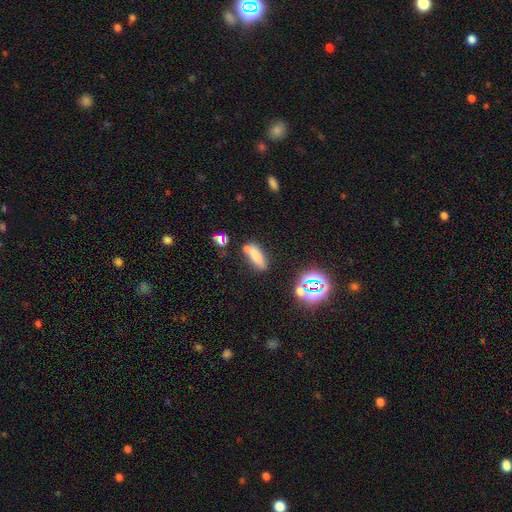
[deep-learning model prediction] smooth-or-featured: smooth: 70% | star or artifact: 16% | featured or disk: 14%
  how-rounded: in between: 56% | cigar-shaped: 40% | round: 4%
  merging: none: 59% | minor disturbance: 19% | merger: 15% | major disturbance: 7%